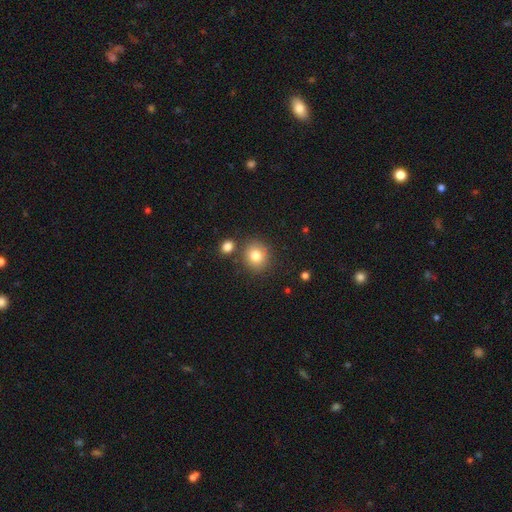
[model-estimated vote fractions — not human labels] Smooth or featured? Predicted: smooth (p=0.81). How rounded? Predicted: round (p=0.83). Merging? Predicted: none (p=0.79).